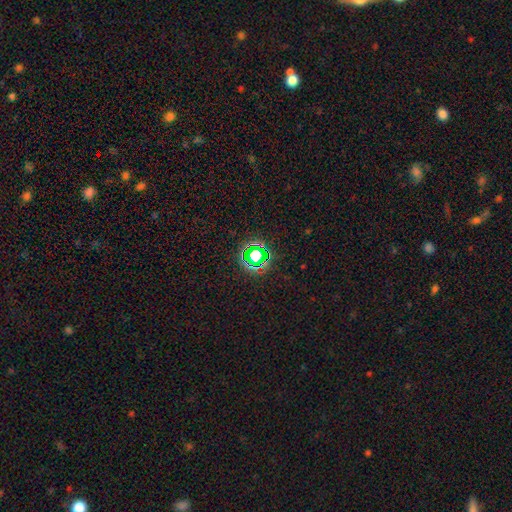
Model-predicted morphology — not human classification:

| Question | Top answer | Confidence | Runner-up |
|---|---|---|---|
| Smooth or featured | star or artifact | 64% | smooth (25%) |